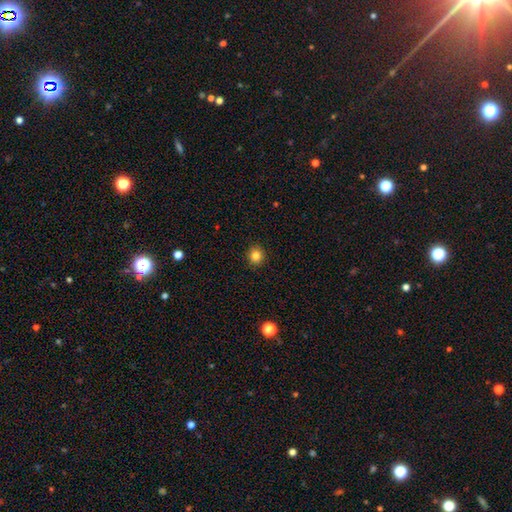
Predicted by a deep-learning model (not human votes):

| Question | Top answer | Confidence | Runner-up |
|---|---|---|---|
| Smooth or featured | smooth | 83% | star or artifact (12%) |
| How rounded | round | 91% | in between (8%) |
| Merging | none | 92% | minor disturbance (6%) |